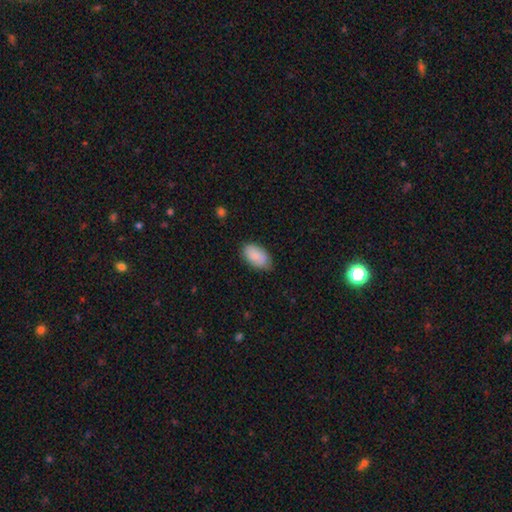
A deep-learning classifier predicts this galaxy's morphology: smooth 86%, featured or disk 8%, star or artifact 6%. Down the decision tree: how rounded — in between (94%); merging — none (79%).